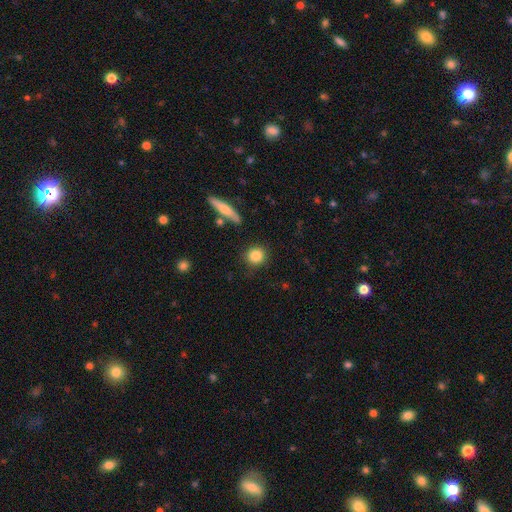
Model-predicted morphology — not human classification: A smooth galaxy with no disk features (84%) that is round (88%).

Vote fractions:
- Smooth or featured? smooth: 84% / star or artifact: 8% / featured or disk: 7%
- How rounded? round: 88% / in between: 10% / cigar-shaped: 2%
- Merging? none: 87% / minor disturbance: 8% / merger: 3% / major disturbance: 2%